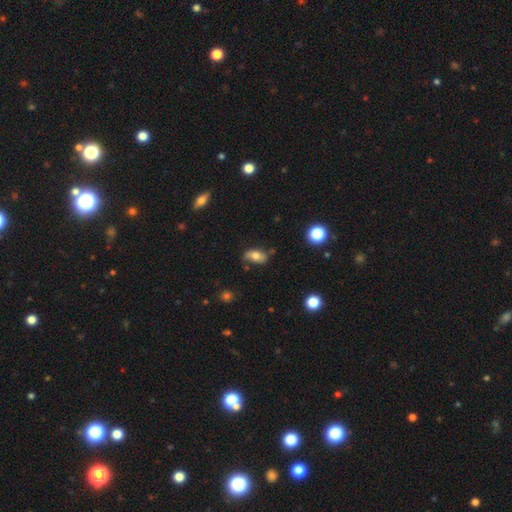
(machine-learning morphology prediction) The model was most divided on "merging": none: 63%, minor disturbance: 25%, major disturbance: 7%, merger: 5%. More confident: how rounded — in between (87%); smooth or featured — smooth (68%).